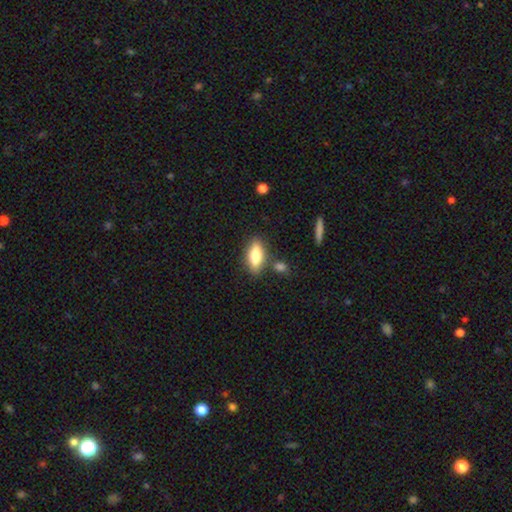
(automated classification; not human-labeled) A smooth galaxy with no disk features (75%) that is in between round and cigar-shaped (75%). Merging: none (77%).